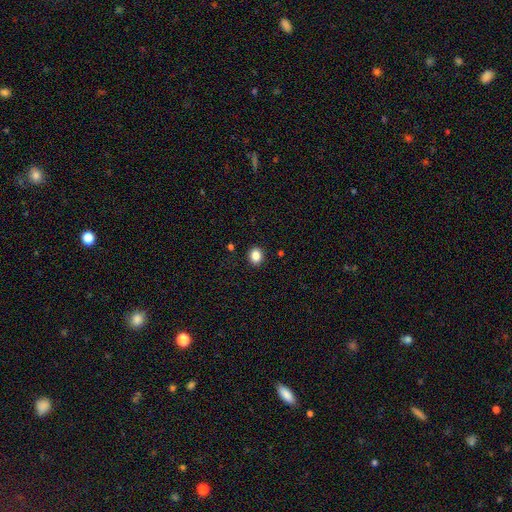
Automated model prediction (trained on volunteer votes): This is clearly a smooth galaxy (86%). How rounded: possibly round (54%). Merging: clearly none (90%).